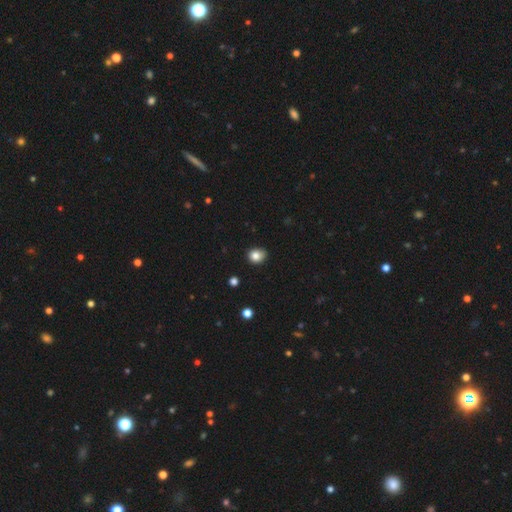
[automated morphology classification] smooth-or-featured: smooth: 83% | star or artifact: 11% | featured or disk: 6%
  how-rounded: round: 66% | in between: 33% | cigar-shaped: 1%
  merging: none: 81% | minor disturbance: 15% | major disturbance: 2% | merger: 1%